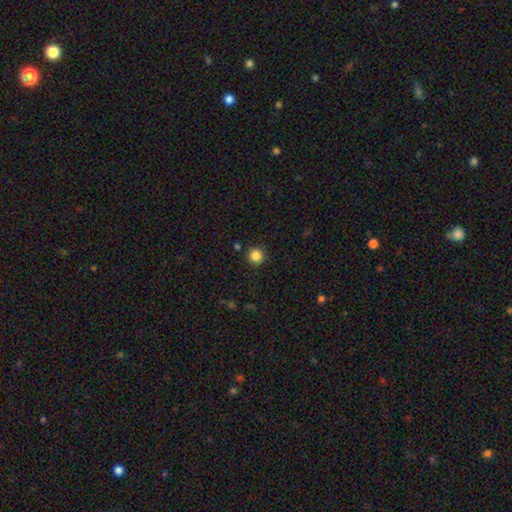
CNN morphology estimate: This is clearly a smooth galaxy (85%). How rounded: clearly round (94%). Merging: clearly none (91%).